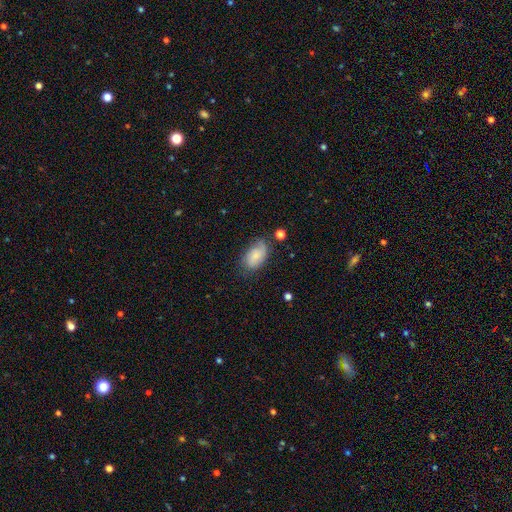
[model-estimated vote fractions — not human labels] Smooth or featured? smooth (63%)
How rounded? in between (91%)
Merging? none (58%)